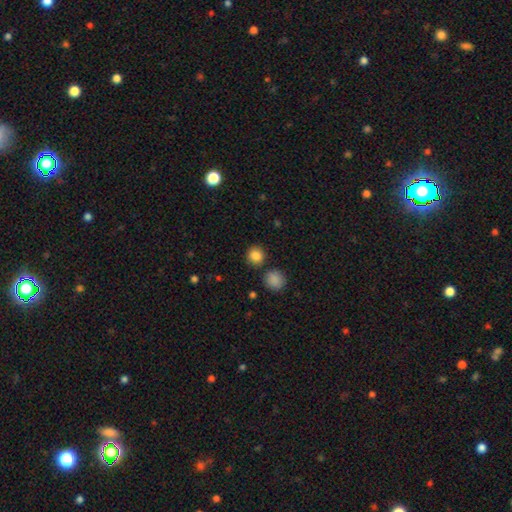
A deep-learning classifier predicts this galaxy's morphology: A smooth galaxy with no disk features (85%) that is round (91%). Merging: none (85%).